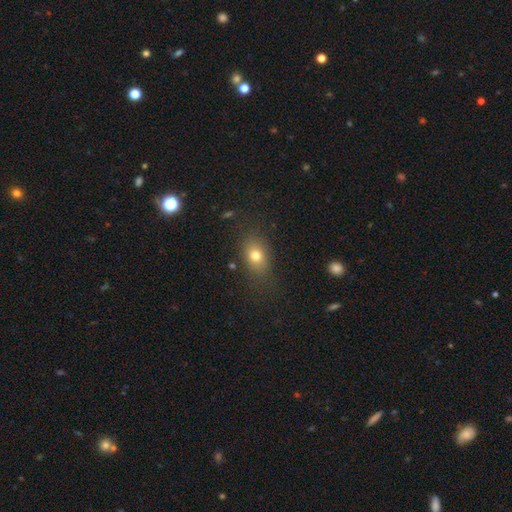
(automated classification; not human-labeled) Smooth or featured?
  - smooth: 75% *
  - star or artifact: 13%
  - featured or disk: 12%
How rounded?
  - in between: 69% *
  - round: 29%
  - cigar-shaped: 2%
Merging?
  - none: 77% *
  - minor disturbance: 15%
  - major disturbance: 7%
  - merger: 2%